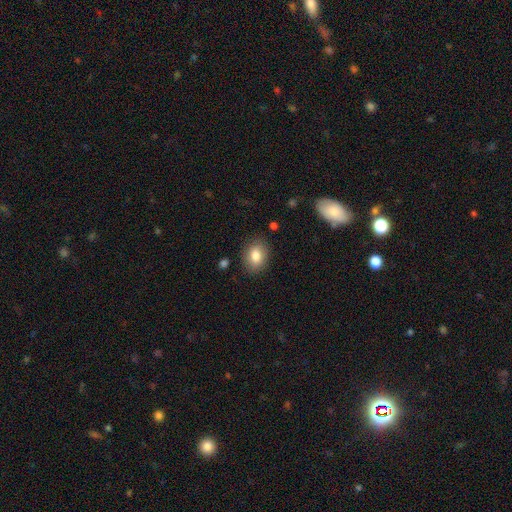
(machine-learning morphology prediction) This is clearly a smooth galaxy (83%). How rounded: likely in between (68%). Merging: clearly none (86%).